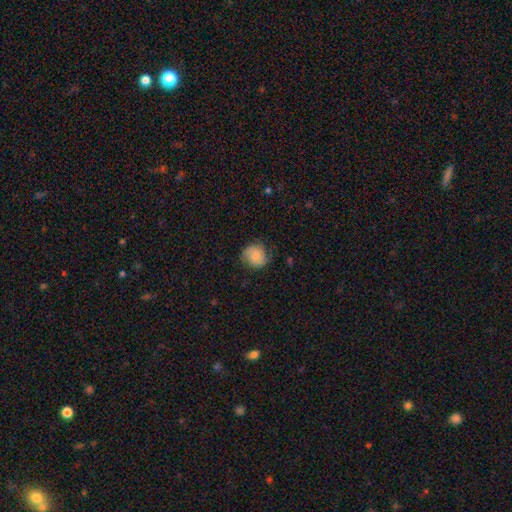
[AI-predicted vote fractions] Smooth or featured: smooth — 65% (featured or disk — 26%)
How rounded: round — 82% (in between — 17%)
Merging: none — 72% (minor disturbance — 21%)